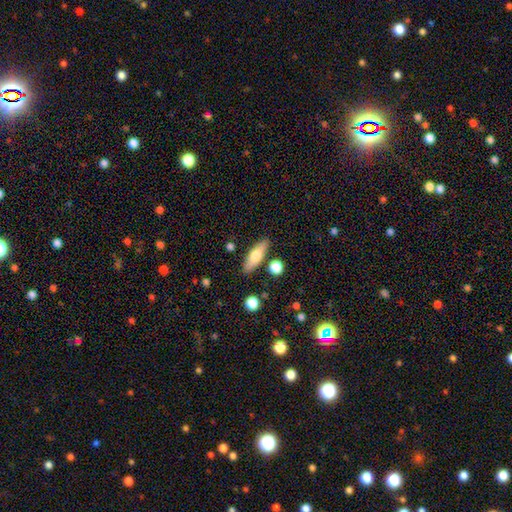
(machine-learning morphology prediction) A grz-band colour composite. It shows a smooth galaxy with no disk features (66%) that is in between round and cigar-shaped (52%). Merging: none (83%).